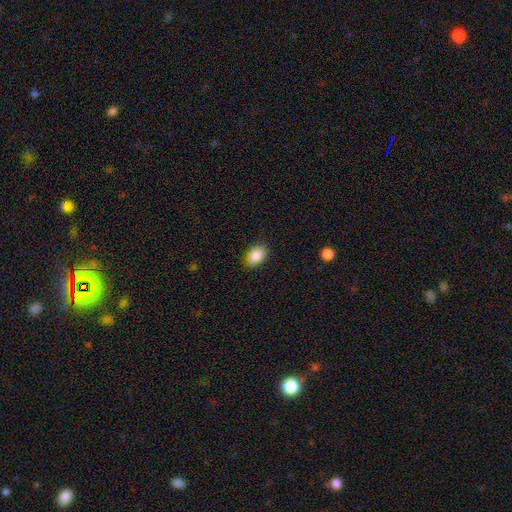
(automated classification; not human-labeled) A smooth galaxy with no disk features (87%) that is in between round and cigar-shaped (83%).

Vote fractions:
- Smooth or featured? smooth: 87% / star or artifact: 8% / featured or disk: 6%
- How rounded? in between: 83% / round: 16% / cigar-shaped: 1%
- Merging? none: 83% / minor disturbance: 14% / major disturbance: 3% / merger: 1%